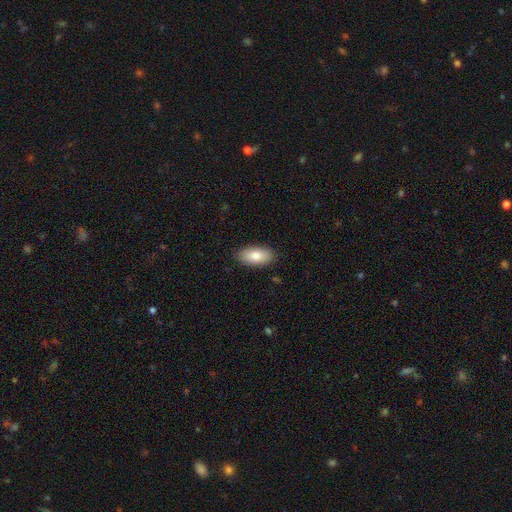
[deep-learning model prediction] smooth_or_featured: smooth (p=0.82) [alt: featured or disk p=0.12]
how_rounded: in between (p=0.92) [alt: cigar-shaped p=0.06]
merging: none (p=0.88) [alt: minor disturbance p=0.09]